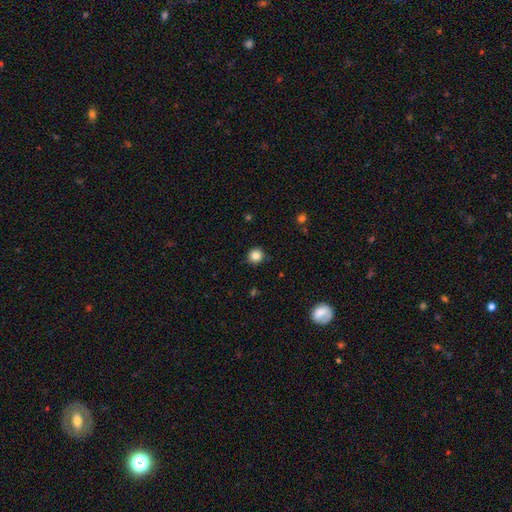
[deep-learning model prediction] The model was most divided on "smooth or featured": smooth: 84%, star or artifact: 11%, featured or disk: 5%. More confident: how rounded — round (93%); merging — none (89%).